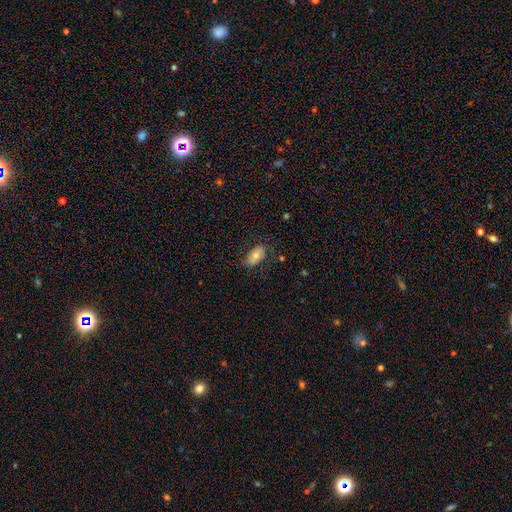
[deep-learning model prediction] The model was most divided on "smooth or featured": smooth: 70%, featured or disk: 22%, star or artifact: 7%. More confident: how rounded — in between (92%); merging — none (75%).